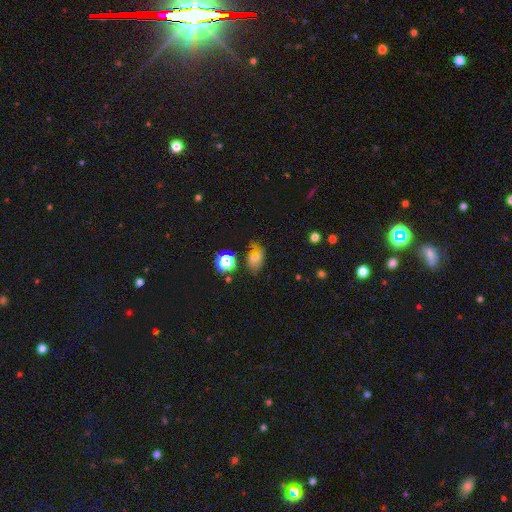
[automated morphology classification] smooth-or-featured: smooth: 50% | featured or disk: 29% | star or artifact: 21%
  how-rounded: in between: 77% | round: 21% | cigar-shaped: 2%
  merging: none: 50% | minor disturbance: 27% | major disturbance: 16% | merger: 7%